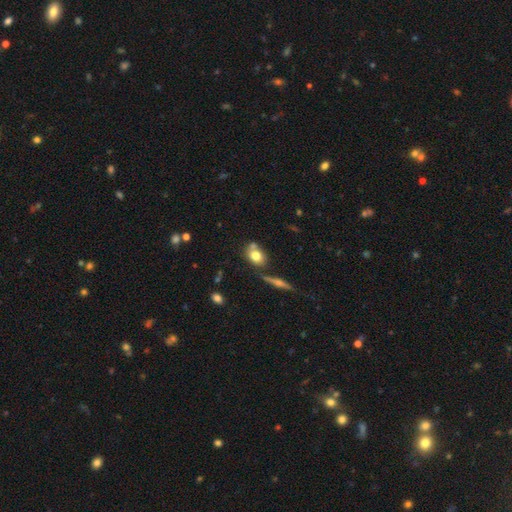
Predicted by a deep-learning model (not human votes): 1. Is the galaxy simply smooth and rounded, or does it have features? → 73% smooth, 17% featured or disk, 10% star or artifact.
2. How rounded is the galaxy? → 54% in between, 44% round, 3% cigar-shaped.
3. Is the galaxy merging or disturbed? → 57% none, 24% merger, 14% minor disturbance, 5% major disturbance.